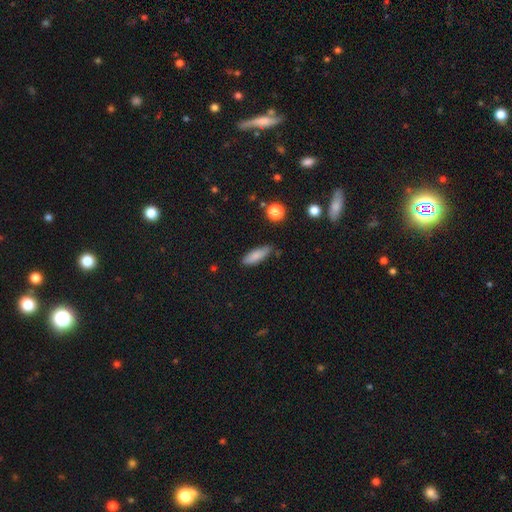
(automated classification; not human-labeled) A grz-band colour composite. It shows a smooth galaxy with no disk features (82%) that is in between round and cigar-shaped (55%). Merging: none (77%).